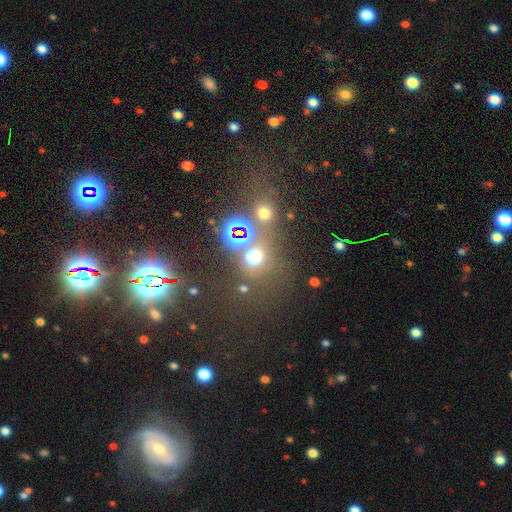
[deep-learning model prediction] Smooth or featured?
  - smooth: 53% *
  - star or artifact: 38%
  - featured or disk: 9%
How rounded?
  - round: 77% *
  - in between: 21%
  - cigar-shaped: 2%
Merging?
  - none: 60% *
  - merger: 21%
  - minor disturbance: 10%
  - major disturbance: 9%